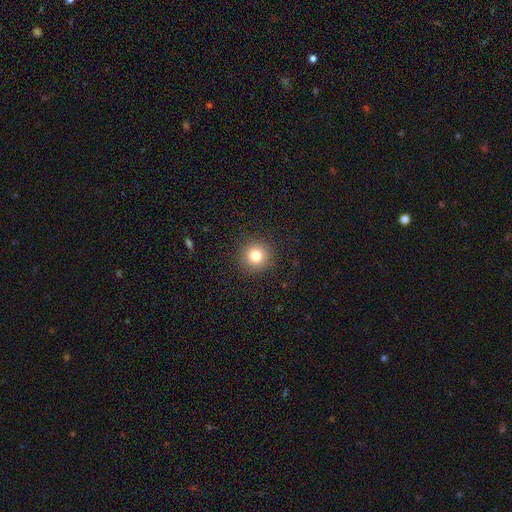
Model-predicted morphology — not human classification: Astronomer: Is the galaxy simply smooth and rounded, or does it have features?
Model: smooth — 80%.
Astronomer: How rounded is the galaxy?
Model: round — 95%.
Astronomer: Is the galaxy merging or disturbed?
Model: none — 92%.